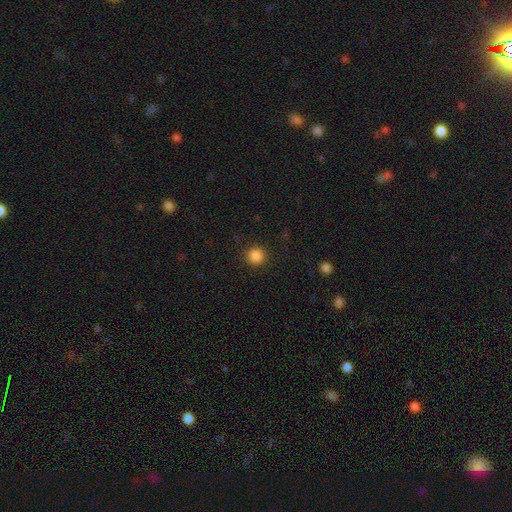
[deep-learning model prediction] smooth-or-featured: smooth: 86% | star or artifact: 11% | featured or disk: 3%
  how-rounded: round: 94% | in between: 5% | cigar-shaped: 1%
  merging: none: 92% | minor disturbance: 5% | major disturbance: 2% | merger: 1%